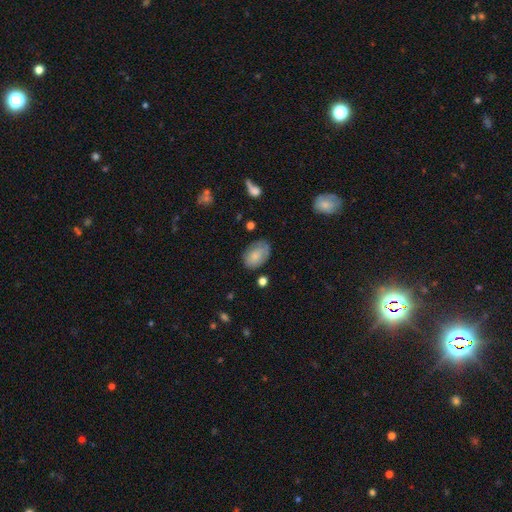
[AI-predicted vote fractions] The model was most divided on "merging": none: 66%, minor disturbance: 24%, major disturbance: 7%, merger: 2%. More confident: how rounded — in between (86%); smooth or featured — smooth (74%).